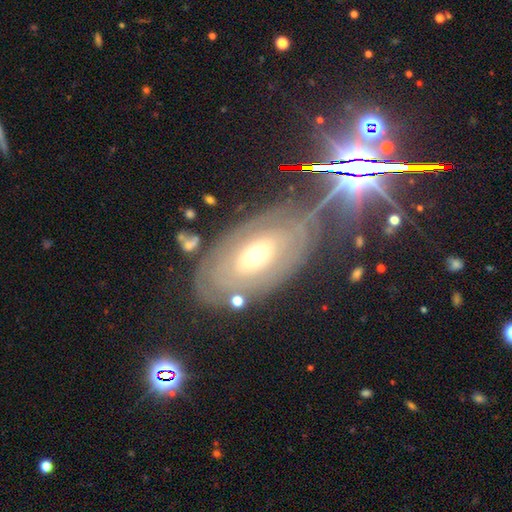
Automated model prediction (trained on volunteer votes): This is likely a featured or disk galaxy (66%). It is clearly not viewed edge-on (91%). Bar: clearly no (83%). Spiral arm pattern: possibly yes (50%, tied with no). Central bulge: possibly moderate (56%). Merging: likely none (70%).